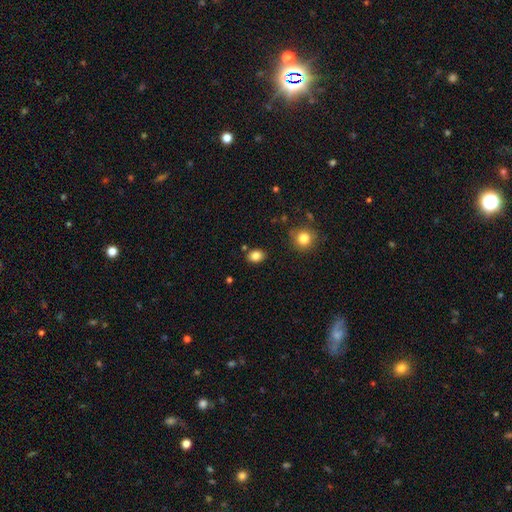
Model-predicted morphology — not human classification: Q: Smooth or featured?
A: smooth (85%); runner-up: star or artifact (10%)
Q: How rounded?
A: in between (60%); runner-up: round (39%)
Q: Merging?
A: none (84%); runner-up: minor disturbance (10%)